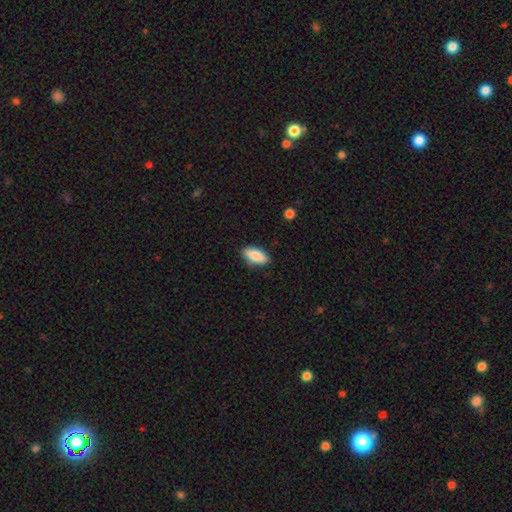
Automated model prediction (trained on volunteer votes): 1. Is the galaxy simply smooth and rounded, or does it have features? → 84% smooth, 10% featured or disk, 7% star or artifact.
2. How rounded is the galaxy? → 86% in between, 12% cigar-shaped, 3% round.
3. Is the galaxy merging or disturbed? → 84% none, 12% minor disturbance, 2% major disturbance, 1% merger.